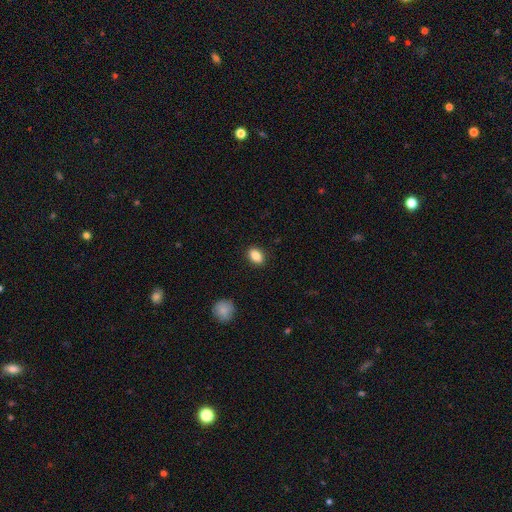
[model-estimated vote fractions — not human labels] Smooth or featured? smooth (86%)
How rounded? in between (76%)
Merging? none (89%)